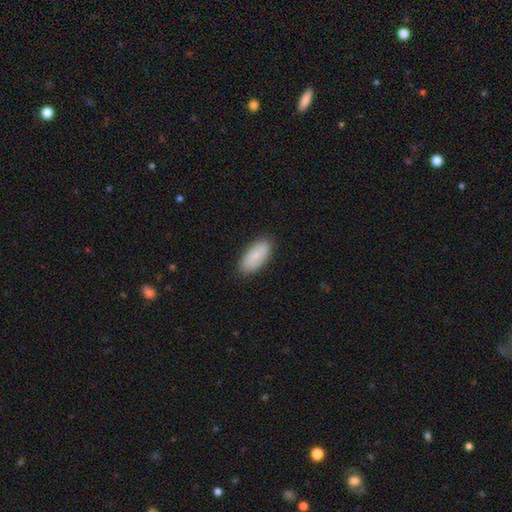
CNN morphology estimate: Smooth or featured?
  - smooth: 81% *
  - featured or disk: 13%
  - star or artifact: 6%
How rounded?
  - in between: 90% *
  - cigar-shaped: 8%
  - round: 2%
Merging?
  - none: 87% *
  - minor disturbance: 10%
  - major disturbance: 2%
  - merger: 1%